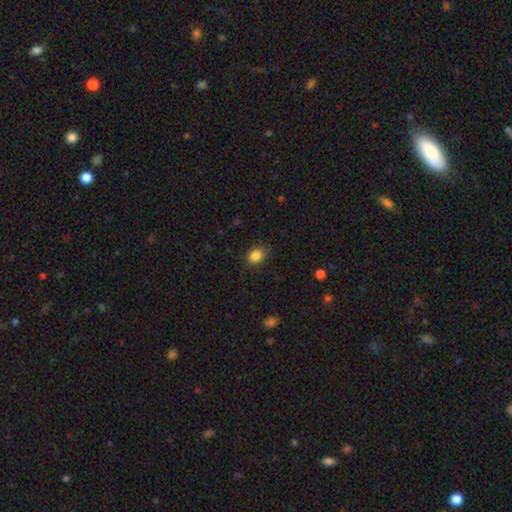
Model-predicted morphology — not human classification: smooth_or_featured: smooth (p=0.85) [alt: star or artifact p=0.11]
how_rounded: round (p=0.52) [alt: in between p=0.47]
merging: none (p=0.81) [alt: minor disturbance p=0.15]